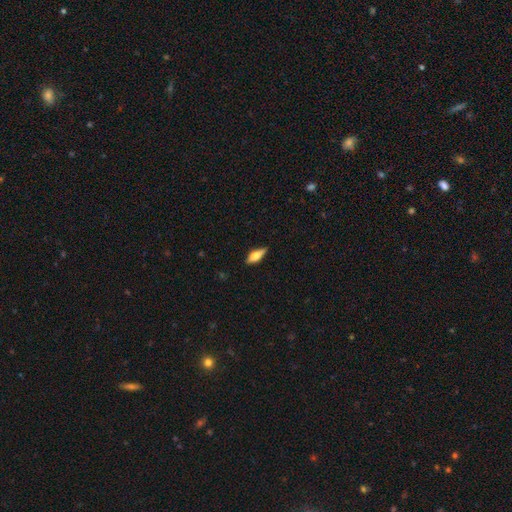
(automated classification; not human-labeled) Morphology: type=smooth (66%); roundness=in between (64%); merging=none (81%).